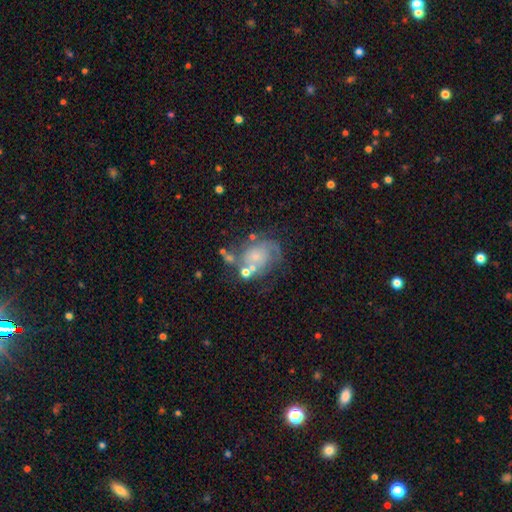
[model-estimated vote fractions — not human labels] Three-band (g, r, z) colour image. It shows a featured or disk galaxy (67%) with no bar (79%), 2 (41%) tight (41%) spiral arms (82%) and a small central bulge (61%). Merging: none (48%).